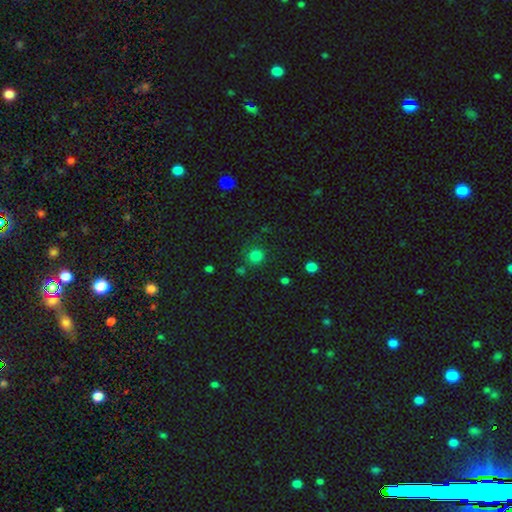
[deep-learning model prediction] smooth 80%, star or artifact 15%, featured or disk 5%. Down the decision tree: how rounded — round (88%); merging — none (80%).